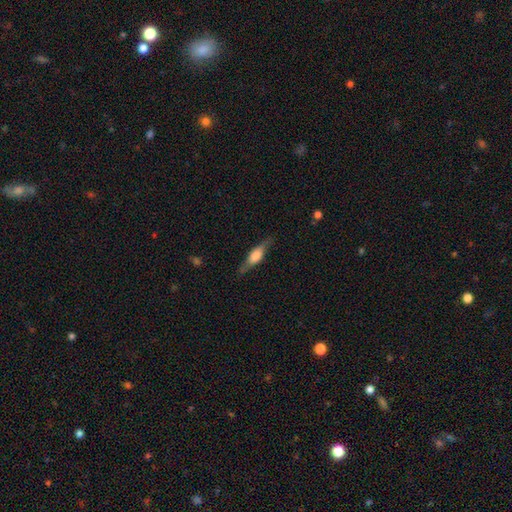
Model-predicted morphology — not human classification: Smooth or featured: featured or disk — 52% (smooth — 42%)
Edge-on disk: yes — 90% (no — 10%)
Merging: none — 79% (minor disturbance — 15%)